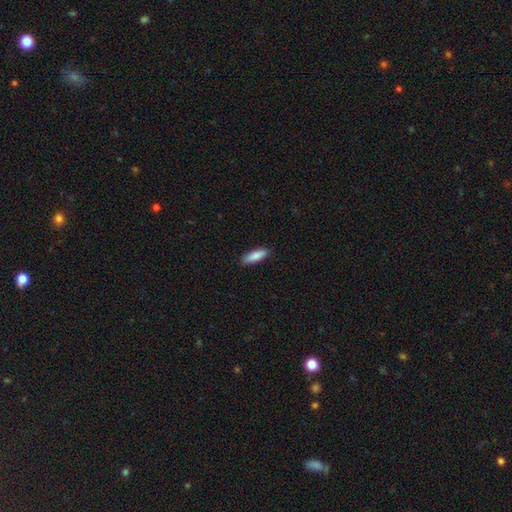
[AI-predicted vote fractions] This appears to be a smooth galaxy with no disk features (87%) that is cigar-shaped (51%). Merging: none (88%).